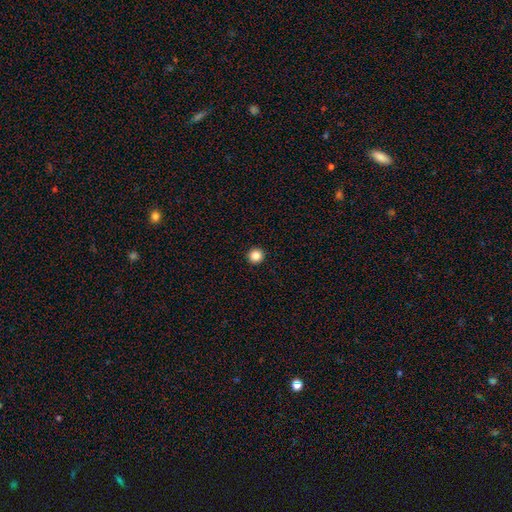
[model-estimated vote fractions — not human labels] Smooth or featured? smooth (86%)
How rounded? round (96%)
Merging? none (94%)